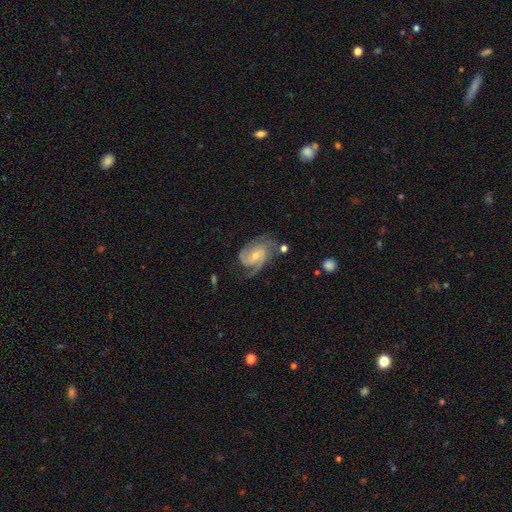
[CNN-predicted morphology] smooth_or_featured: featured or disk (p=0.85) [alt: smooth p=0.10]
disk_edge_on: no (p=0.98) [alt: yes p=0.02]
bar: no (p=0.55) [alt: weak p=0.37]
has_spiral_arms: yes (p=0.96) [alt: no p=0.04]
spiral_winding: medium (p=0.47) [alt: tight p=0.35]
spiral_arm_count: 2 (p=0.53) [alt: 3 p=0.20]
bulge_size: small (p=0.55) [alt: moderate p=0.39]
merging: none (p=0.56) [alt: minor disturbance p=0.24]